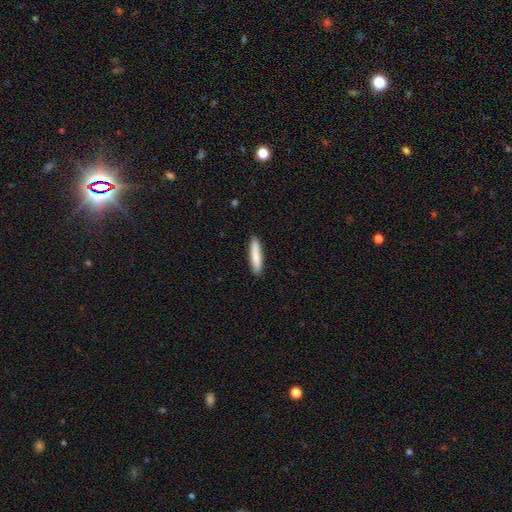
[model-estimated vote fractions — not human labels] Morphology: type=smooth (80%); roundness=cigar-shaped (86%); merging=none (91%).